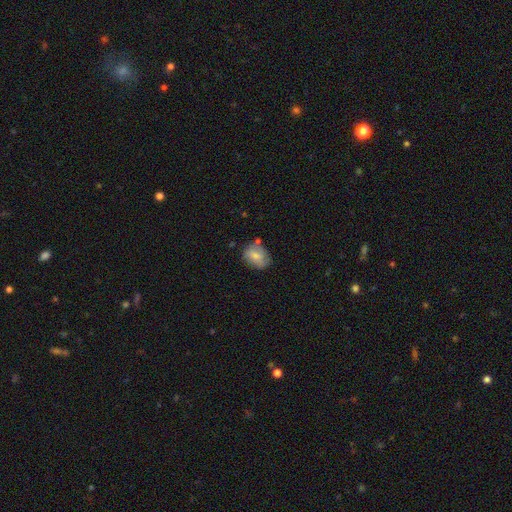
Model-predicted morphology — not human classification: This is likely a smooth galaxy (69%). How rounded: possibly in between (59%). Merging: possibly none (57%).